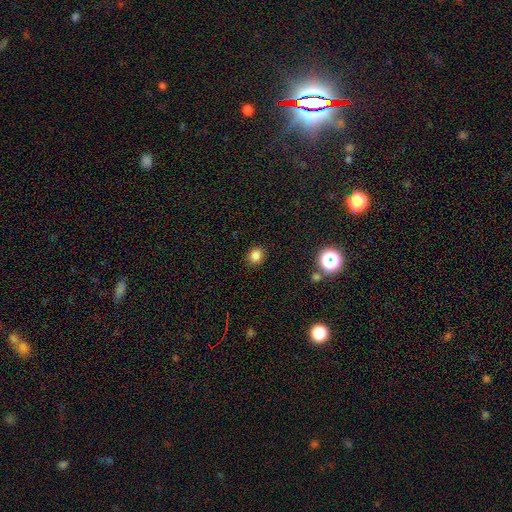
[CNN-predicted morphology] A smooth galaxy with no disk features (82%) that is round (74%). Merging: none (89%).